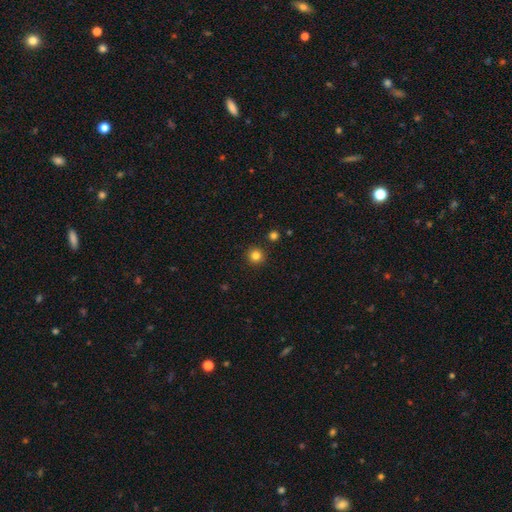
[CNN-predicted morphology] smooth_or_featured: smooth (p=0.82) [alt: star or artifact p=0.13]
how_rounded: round (p=0.95) [alt: in between p=0.04]
merging: none (p=0.91) [alt: minor disturbance p=0.05]